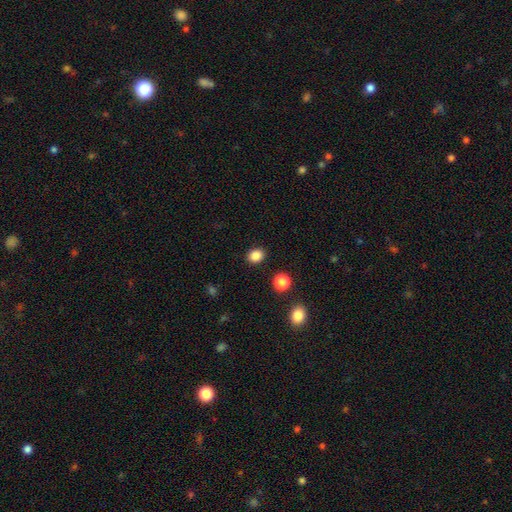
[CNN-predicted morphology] Smooth or featured: smooth — 86% (star or artifact — 11%)
How rounded: round — 55% (in between — 44%)
Merging: none — 89% (minor disturbance — 7%)